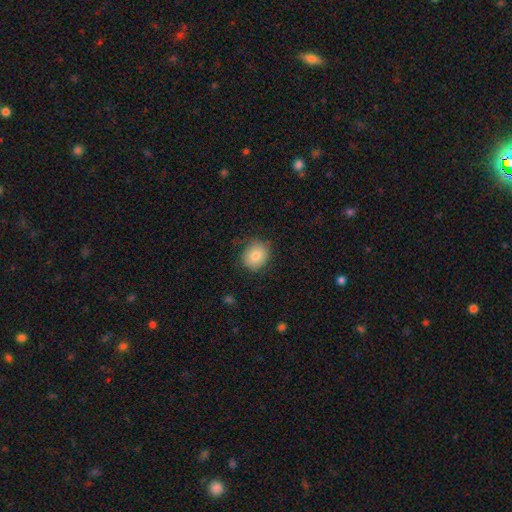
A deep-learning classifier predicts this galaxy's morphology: smooth_or_featured: smooth (p=0.80) [alt: featured or disk p=0.11]
how_rounded: round (p=0.72) [alt: in between p=0.28]
merging: none (p=0.79) [alt: minor disturbance p=0.16]